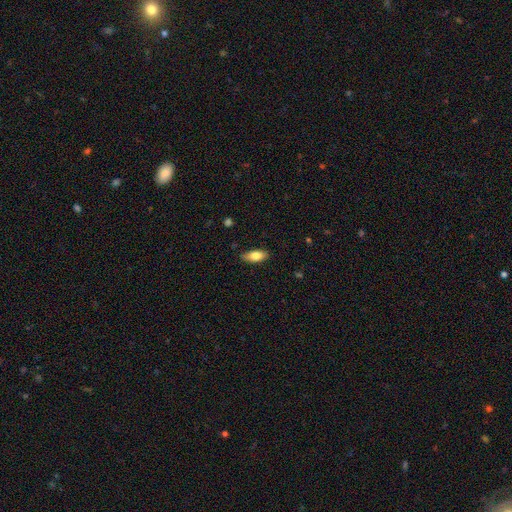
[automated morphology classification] Q: Smooth or featured?
A: smooth (79%); runner-up: featured or disk (14%)
Q: How rounded?
A: in between (84%); runner-up: cigar-shaped (14%)
Q: Merging?
A: none (83%); runner-up: minor disturbance (13%)